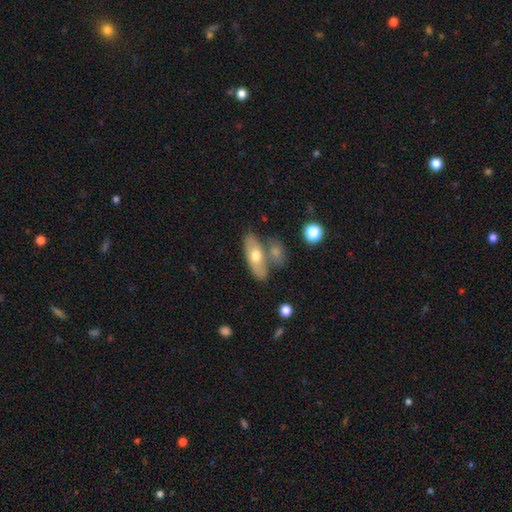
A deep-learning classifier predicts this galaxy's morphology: Smooth or featured? Predicted: smooth (p=0.56). How rounded? Predicted: in between (p=0.71). Merging? Predicted: none (p=0.57).